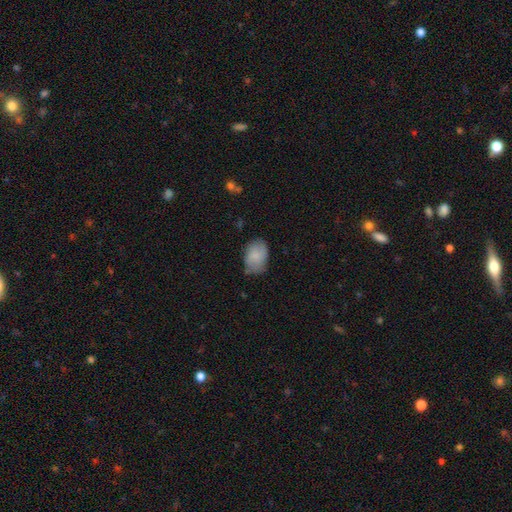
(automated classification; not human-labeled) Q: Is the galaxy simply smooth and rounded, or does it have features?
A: smooth — 79%.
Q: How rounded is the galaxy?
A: in between — 86%.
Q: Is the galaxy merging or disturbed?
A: none — 69%.